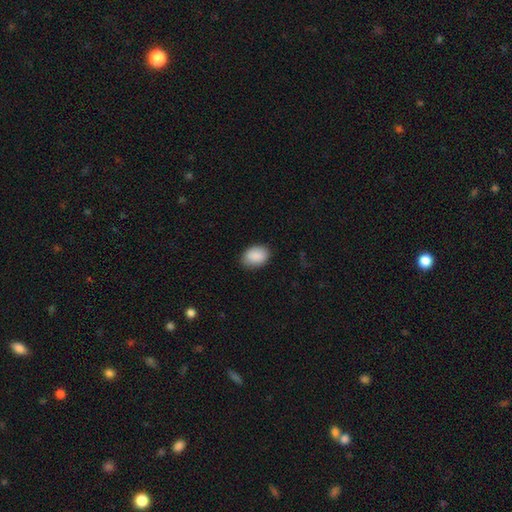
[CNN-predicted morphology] A smooth galaxy with no disk features (90%) that is in between round and cigar-shaped (79%). Merging: none (85%).